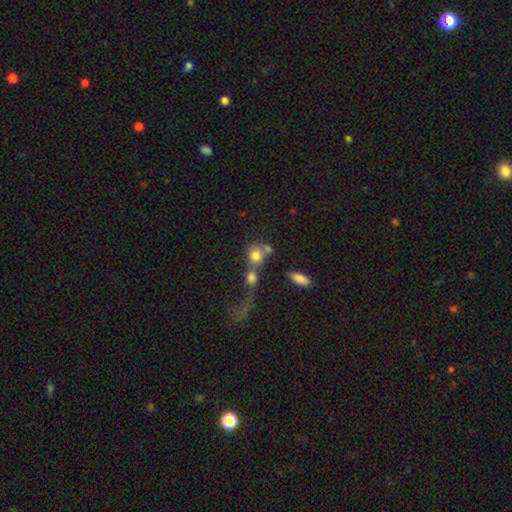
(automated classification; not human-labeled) This appears to be a smooth galaxy with no disk features (74%) that is round (72%). Merging: merger (54%).